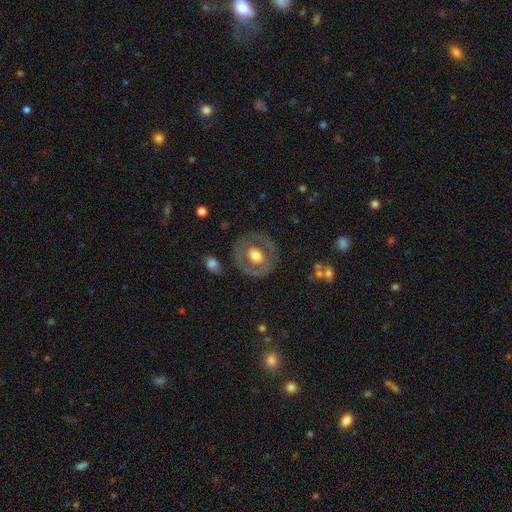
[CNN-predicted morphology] A featured or disk galaxy (50%).

Vote fractions:
- Smooth or featured? featured or disk: 50% / smooth: 44% / star or artifact: 6%
- Merging? none: 79% / minor disturbance: 13% / major disturbance: 7% / merger: 2%